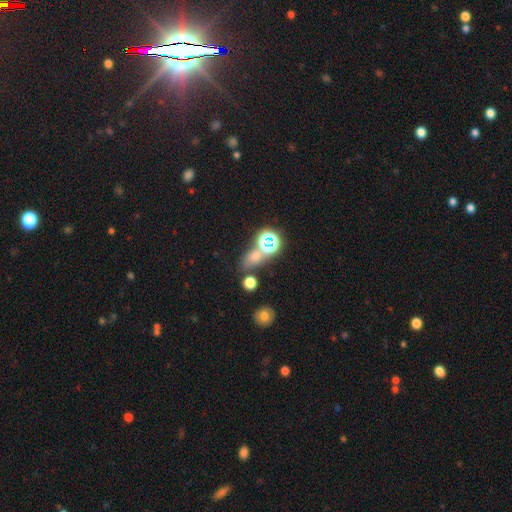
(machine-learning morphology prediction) A smooth galaxy with no disk features (55%) that is in between round and cigar-shaped (61%). Merging: none (59%).